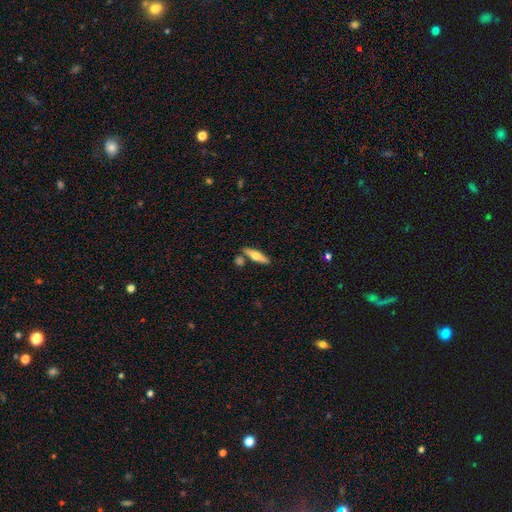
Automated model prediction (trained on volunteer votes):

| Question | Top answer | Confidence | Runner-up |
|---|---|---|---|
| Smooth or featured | smooth | 53% | featured or disk (41%) |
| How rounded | cigar-shaped | 65% | in between (32%) |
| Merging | none | 75% | merger (12%) |